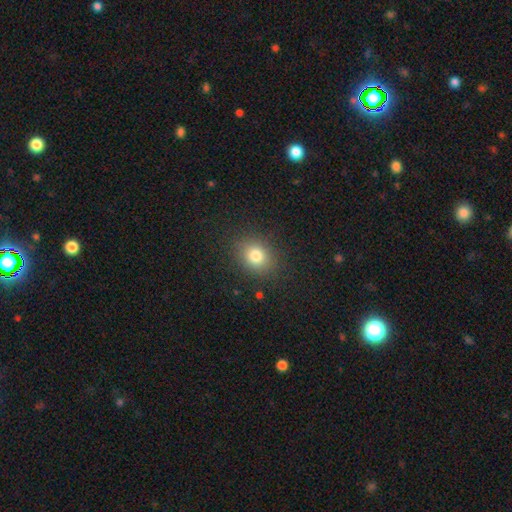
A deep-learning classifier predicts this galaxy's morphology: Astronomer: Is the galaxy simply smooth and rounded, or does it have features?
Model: smooth — 80%.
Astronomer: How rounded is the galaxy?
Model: round — 57% (runner-up: in between, 42%).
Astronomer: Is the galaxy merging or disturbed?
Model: none — 86%.